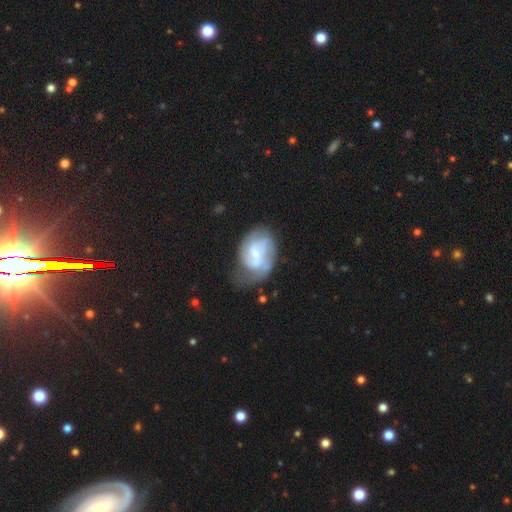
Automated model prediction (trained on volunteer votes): Smooth or featured? featured or disk (73%)
Edge-on disk? no (98%)
Bar? weak (51%)
Spiral arms? yes (85%)
Spiral winding? medium (42%)
Spiral arm count? 2 (47%)
Bulge size? small (52%)
Merging? none (42%)